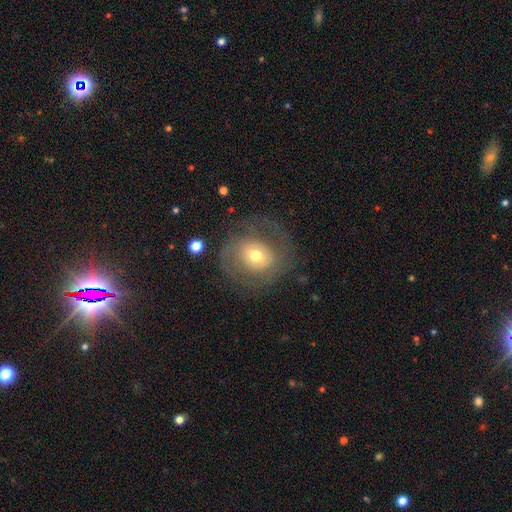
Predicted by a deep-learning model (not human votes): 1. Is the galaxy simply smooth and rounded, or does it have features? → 55% featured or disk, 36% smooth, 8% star or artifact.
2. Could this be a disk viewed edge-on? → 96% no, 4% yes.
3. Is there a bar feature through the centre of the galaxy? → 54% no, 35% weak, 11% strong.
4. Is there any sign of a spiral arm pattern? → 60% yes, 40% no.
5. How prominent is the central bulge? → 67% moderate, 22% small, 8% large, 1% dominant, 1% none.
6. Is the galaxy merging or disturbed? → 65% none, 17% minor disturbance, 16% major disturbance, 2% merger.